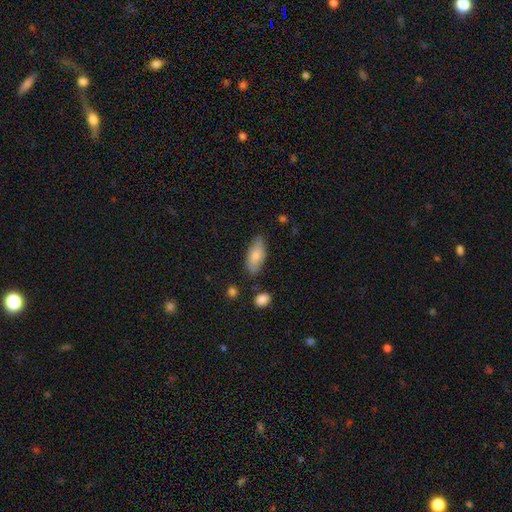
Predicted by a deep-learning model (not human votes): Smooth or featured? smooth (76%)
How rounded? in between (86%)
Merging? none (74%)